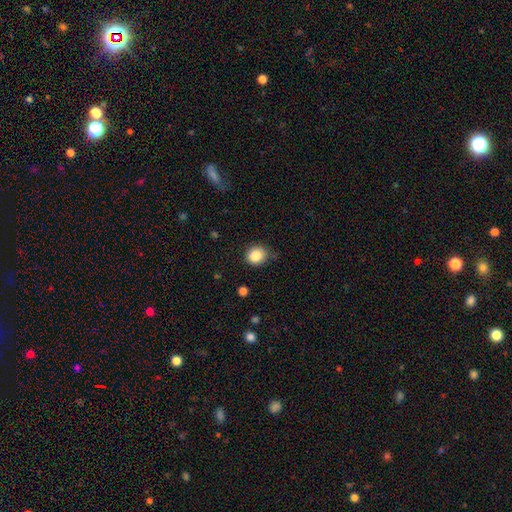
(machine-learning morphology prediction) A smooth galaxy with no disk features (86%) that is round (78%).

Vote fractions:
- Smooth or featured? smooth: 86% / star or artifact: 9% / featured or disk: 4%
- How rounded? round: 78% / in between: 22% / cigar-shaped: 1%
- Merging? none: 80% / minor disturbance: 15% / major disturbance: 3% / merger: 2%